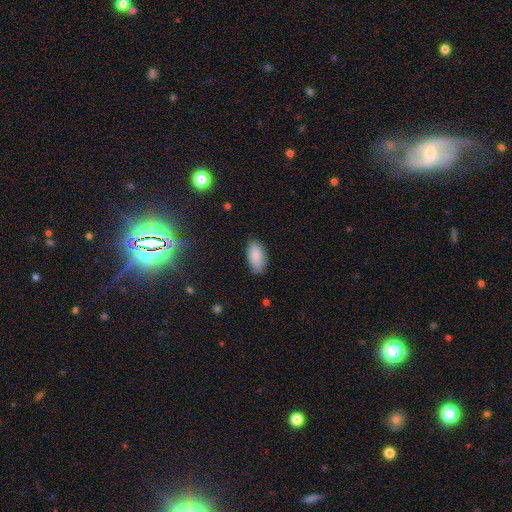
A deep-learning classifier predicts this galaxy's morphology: Overall: smooth (87%). How rounded: in between (94%). Merging: none (84%).